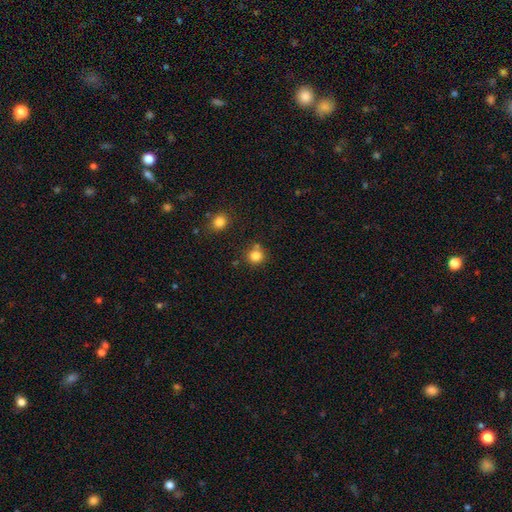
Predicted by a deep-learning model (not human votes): A smooth galaxy with no disk features (83%) that is round (90%). Merging: none (74%).